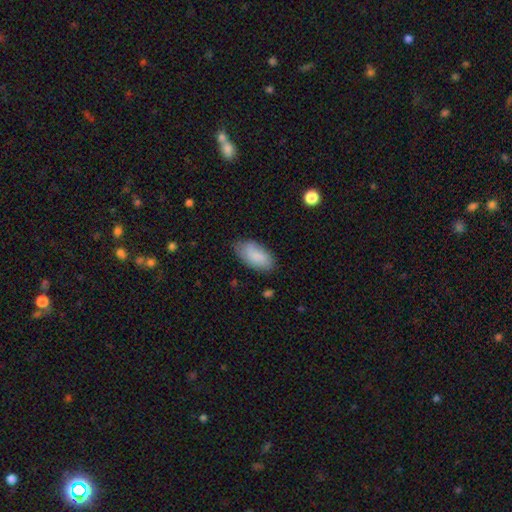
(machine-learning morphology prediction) Smooth or featured? smooth (83%)
How rounded? in between (94%)
Merging? none (71%)